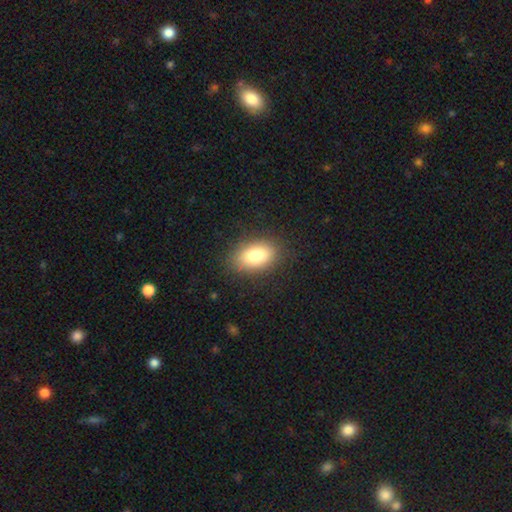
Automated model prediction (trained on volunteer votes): Smooth or featured?
  - smooth: 83% *
  - featured or disk: 9%
  - star or artifact: 8%
How rounded?
  - in between: 89% *
  - round: 8%
  - cigar-shaped: 2%
Merging?
  - none: 85% *
  - minor disturbance: 11%
  - major disturbance: 4%
  - merger: 1%